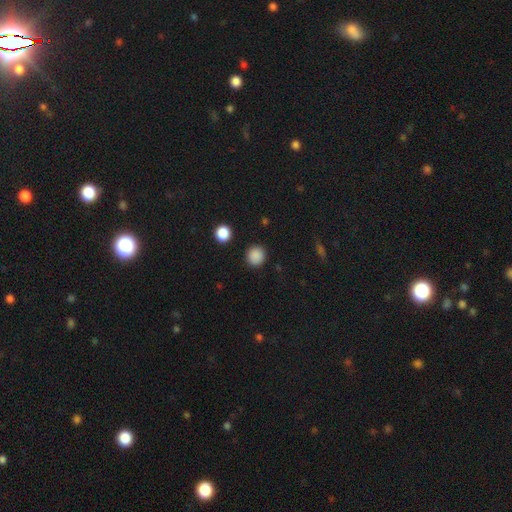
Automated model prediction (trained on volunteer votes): Q: Smooth or featured?
A: smooth (87%); runner-up: star or artifact (10%)
Q: How rounded?
A: round (92%); runner-up: in between (7%)
Q: Merging?
A: none (90%); runner-up: minor disturbance (6%)